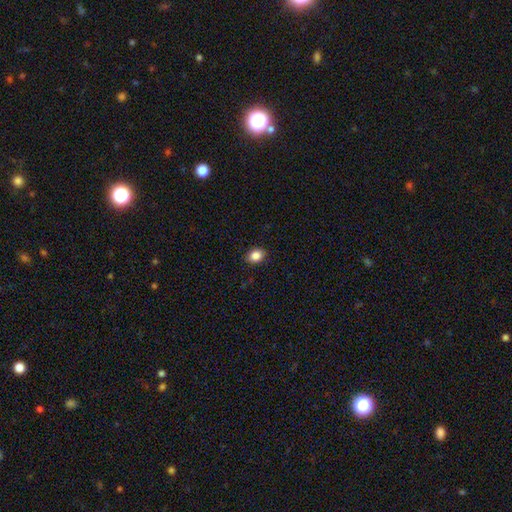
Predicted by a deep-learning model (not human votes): Smooth or featured: smooth — 86% (star or artifact — 9%)
How rounded: in between — 58% (round — 41%)
Merging: none — 88% (minor disturbance — 9%)